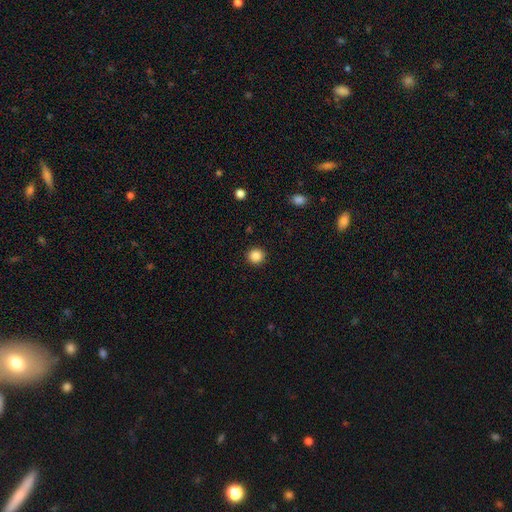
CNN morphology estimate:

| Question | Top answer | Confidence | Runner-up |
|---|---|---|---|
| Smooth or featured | smooth | 86% | star or artifact (11%) |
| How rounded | round | 94% | in between (5%) |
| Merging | none | 92% | minor disturbance (5%) |